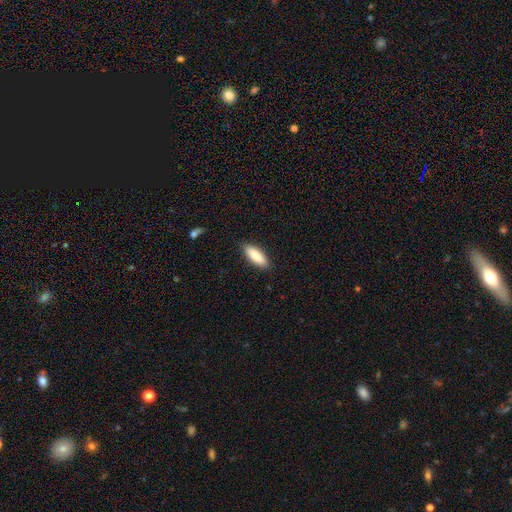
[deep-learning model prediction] smooth_or_featured: smooth (p=0.87) [alt: featured or disk p=0.07]
how_rounded: in between (p=0.63) [alt: cigar-shaped p=0.36]
merging: none (p=0.88) [alt: minor disturbance p=0.09]